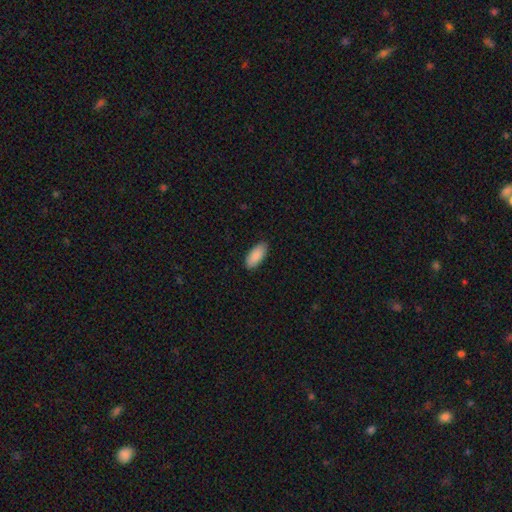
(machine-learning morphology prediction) Q: Smooth or featured?
A: smooth (90%); runner-up: star or artifact (6%)
Q: How rounded?
A: in between (88%); runner-up: cigar-shaped (10%)
Q: Merging?
A: none (88%); runner-up: minor disturbance (9%)